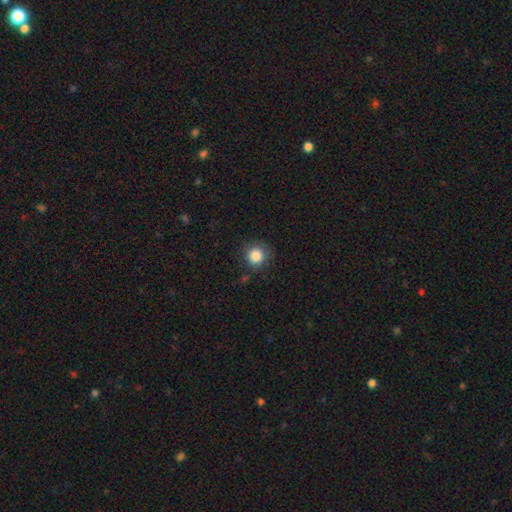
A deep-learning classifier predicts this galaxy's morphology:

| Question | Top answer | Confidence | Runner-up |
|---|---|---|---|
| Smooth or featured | smooth | 85% | star or artifact (10%) |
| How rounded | round | 91% | in between (8%) |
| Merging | none | 81% | minor disturbance (13%) |